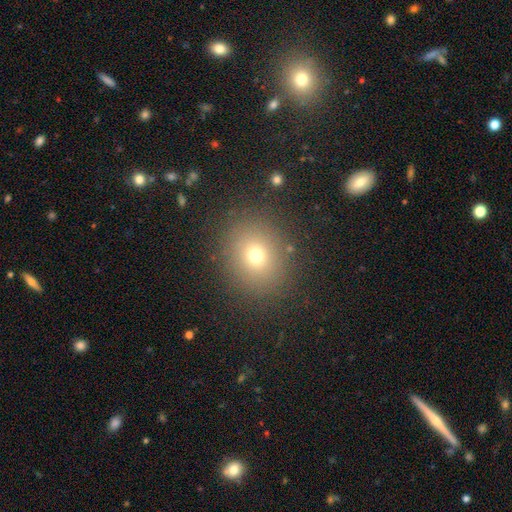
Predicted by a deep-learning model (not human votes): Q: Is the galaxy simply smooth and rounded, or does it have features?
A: smooth — 70%.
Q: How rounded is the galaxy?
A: round — 71%.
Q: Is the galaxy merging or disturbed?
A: none — 87%.